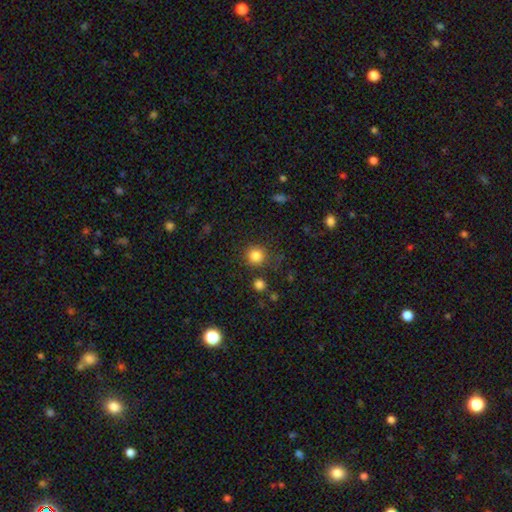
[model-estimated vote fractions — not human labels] This appears to be a smooth galaxy with no disk features (83%) that is round (92%). Merging: none (82%).